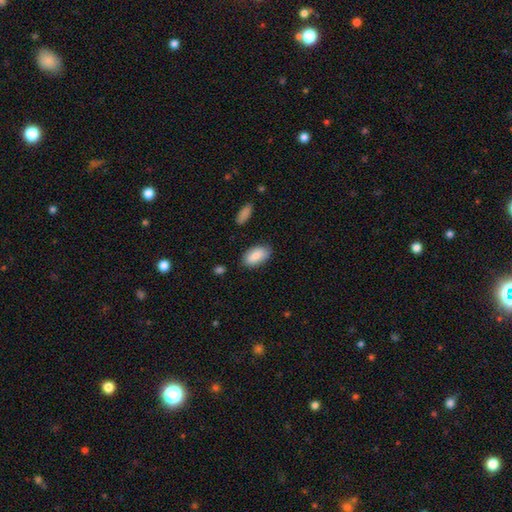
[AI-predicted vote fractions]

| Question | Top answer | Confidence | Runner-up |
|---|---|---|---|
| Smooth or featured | smooth | 85% | featured or disk (8%) |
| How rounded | in between | 93% | cigar-shaped (4%) |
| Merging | none | 81% | minor disturbance (14%) |